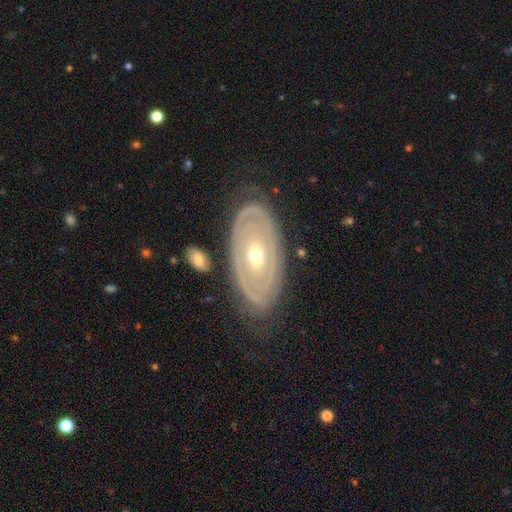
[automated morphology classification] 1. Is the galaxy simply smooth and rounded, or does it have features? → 77% featured or disk, 18% smooth, 5% star or artifact.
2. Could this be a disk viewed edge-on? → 91% no, 9% yes.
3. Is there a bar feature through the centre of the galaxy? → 78% no, 15% weak, 7% strong.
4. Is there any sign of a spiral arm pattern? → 52% no, 48% yes.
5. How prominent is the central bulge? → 62% moderate, 33% small, 3% large, 1% dominant, 1% none.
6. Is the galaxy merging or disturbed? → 81% none, 12% minor disturbance, 5% major disturbance, 2% merger.